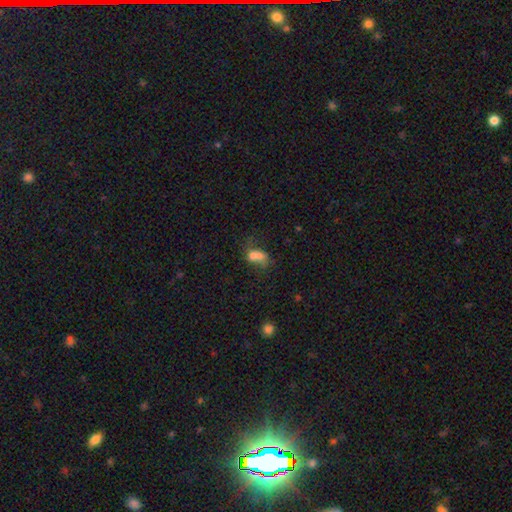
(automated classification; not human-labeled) A smooth galaxy with no disk features (64%) that is in between round and cigar-shaped (72%). Merging: merger (53%).